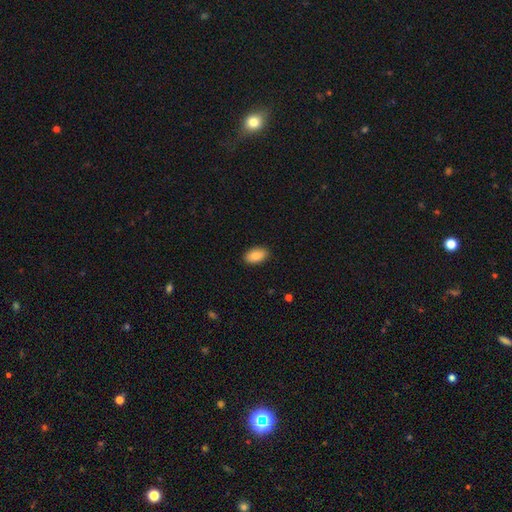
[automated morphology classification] This is clearly a smooth galaxy (90%). How rounded: clearly in between (94%). Merging: clearly none (89%).